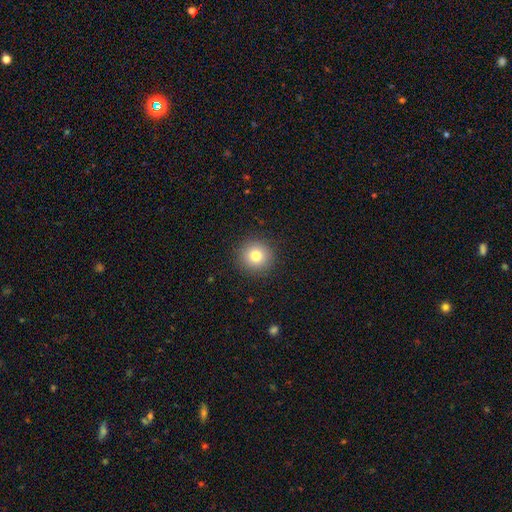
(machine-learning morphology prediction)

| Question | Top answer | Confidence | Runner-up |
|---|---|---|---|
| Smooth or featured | smooth | 79% | star or artifact (12%) |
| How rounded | round | 94% | in between (5%) |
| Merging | none | 91% | minor disturbance (6%) |